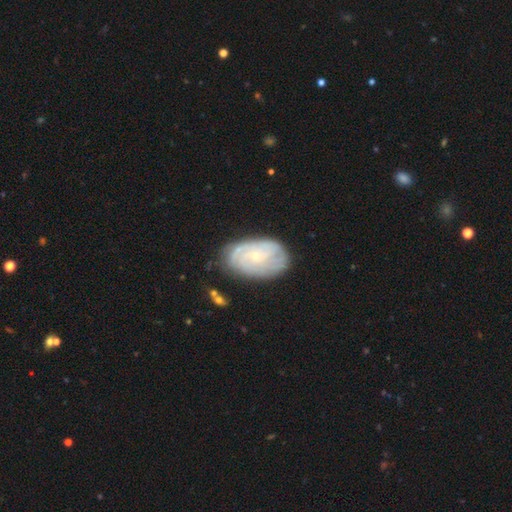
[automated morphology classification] smooth-or-featured: featured or disk: 72% | smooth: 21% | star or artifact: 7%
  disk-edge-on: no: 96% | yes: 4%
    bar: no: 76% | weak: 21% | strong: 4%
    has-spiral-arms: yes: 87% | no: 13%
      spiral-winding: tight: 69% | medium: 24% | loose: 8%
      spiral-arm-count: can't tell: 49% | 2: 15% | 3: 13% | 4: 12% | more than 4: 6% | 1: 5%
    bulge-size: small: 79% | moderate: 17% | none: 2% | large: 1% | dominant: 1%
  merging: none: 72% | minor disturbance: 21% | major disturbance: 6% | merger: 2%